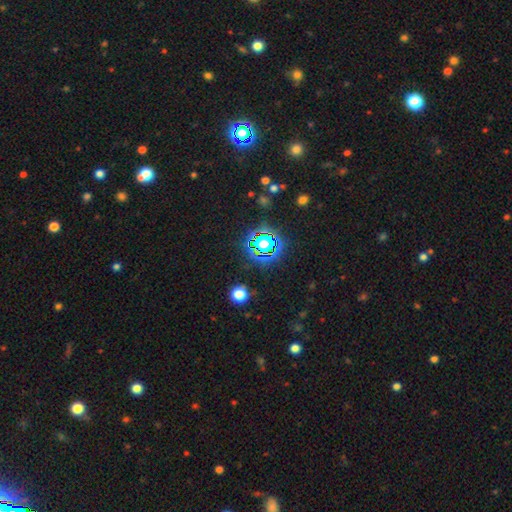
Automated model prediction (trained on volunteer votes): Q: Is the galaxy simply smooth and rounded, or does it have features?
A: star or artifact — 80%.